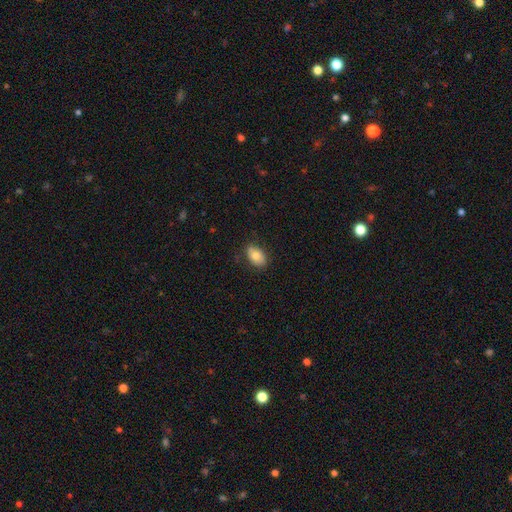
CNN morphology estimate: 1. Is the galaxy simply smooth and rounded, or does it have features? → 76% smooth, 16% featured or disk, 8% star or artifact.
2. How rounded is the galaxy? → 87% in between, 12% round, 1% cigar-shaped.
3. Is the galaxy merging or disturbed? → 82% none, 14% minor disturbance, 3% major disturbance, 1% merger.